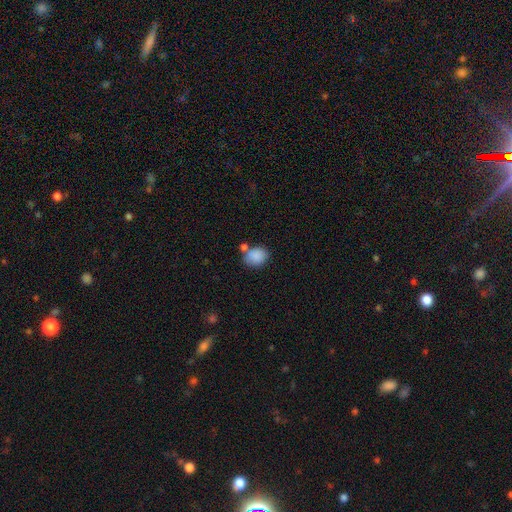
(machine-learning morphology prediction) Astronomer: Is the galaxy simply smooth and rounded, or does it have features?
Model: smooth — 85%.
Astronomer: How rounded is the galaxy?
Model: round — 54% (runner-up: in between, 45%).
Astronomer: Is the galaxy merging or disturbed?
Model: none — 55%.